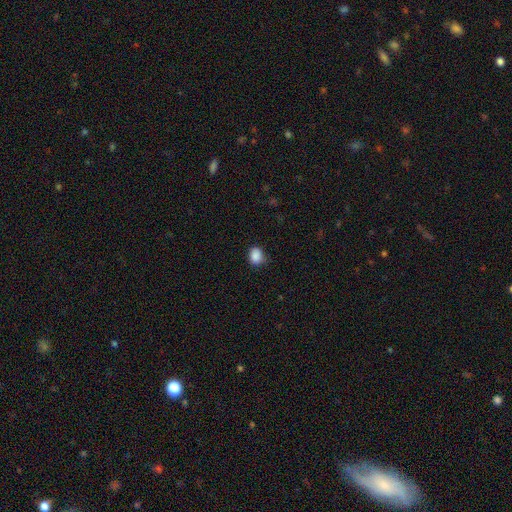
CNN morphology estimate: Q: Smooth or featured?
A: smooth (88%); runner-up: star or artifact (9%)
Q: How rounded?
A: round (52%); runner-up: in between (47%)
Q: Merging?
A: none (79%); runner-up: minor disturbance (17%)